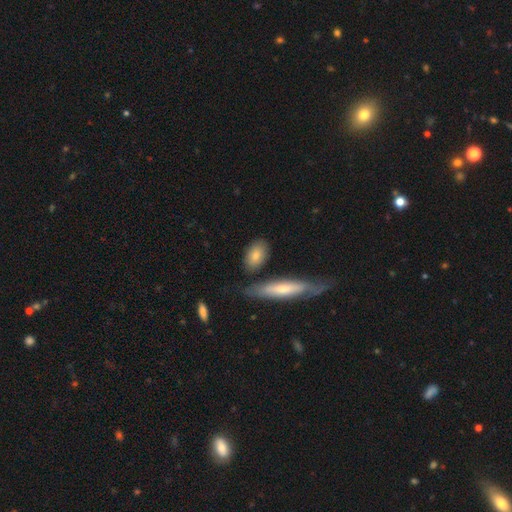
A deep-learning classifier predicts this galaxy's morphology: smooth-or-featured: smooth: 79% | featured or disk: 15% | star or artifact: 6%
  how-rounded: in between: 83% | cigar-shaped: 10% | round: 7%
  merging: none: 75% | minor disturbance: 13% | merger: 8% | major disturbance: 4%